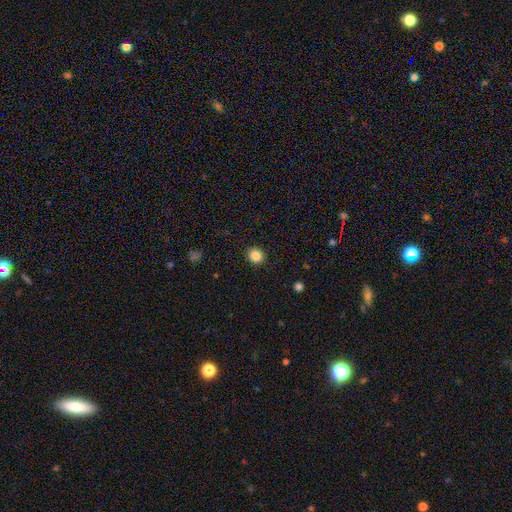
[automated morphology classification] Smooth or featured? Predicted: smooth (p=0.85). How rounded? Predicted: round (p=0.87). Merging? Predicted: none (p=0.91).